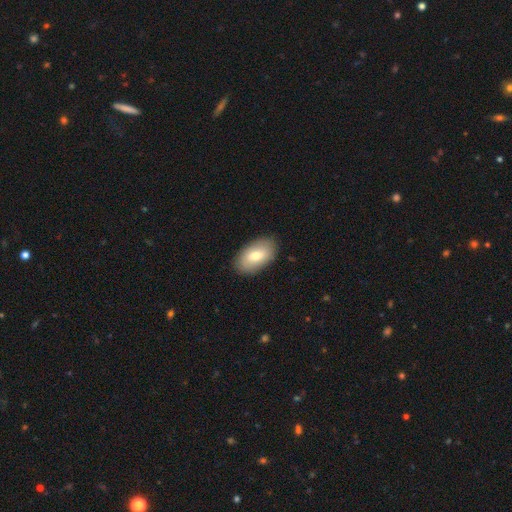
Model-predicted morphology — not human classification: A smooth galaxy with no disk features (74%) that is in between round and cigar-shaped (94%). Merging: none (87%).